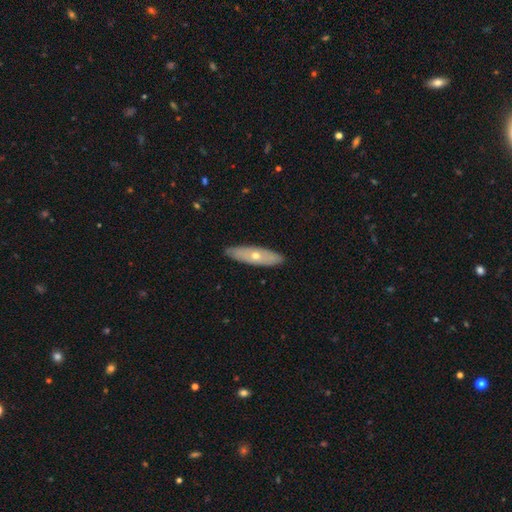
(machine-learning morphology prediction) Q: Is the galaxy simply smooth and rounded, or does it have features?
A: featured or disk — 50%.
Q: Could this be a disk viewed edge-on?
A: no — 51%.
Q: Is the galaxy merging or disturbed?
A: none — 87%.